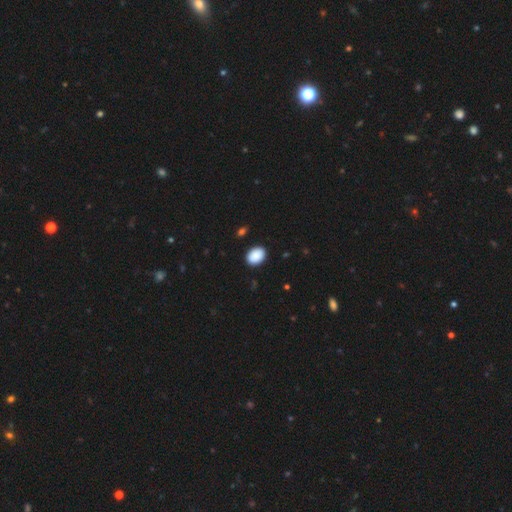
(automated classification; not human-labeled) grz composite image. It shows a smooth galaxy with no disk features (90%) that is in between round and cigar-shaped (73%). Merging: none (90%).